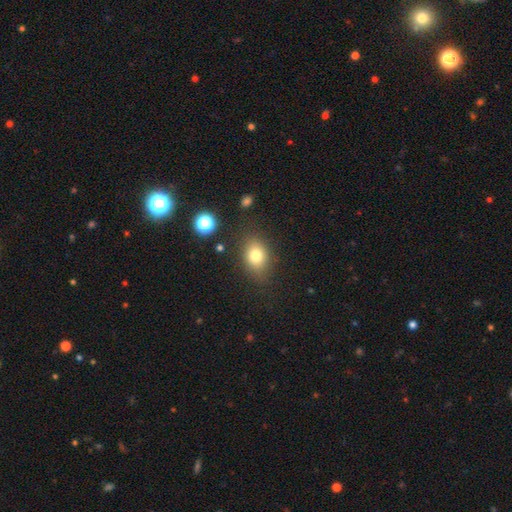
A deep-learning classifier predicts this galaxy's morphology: This is likely a smooth galaxy (77%). How rounded: likely in between (66%). Merging: likely none (80%).